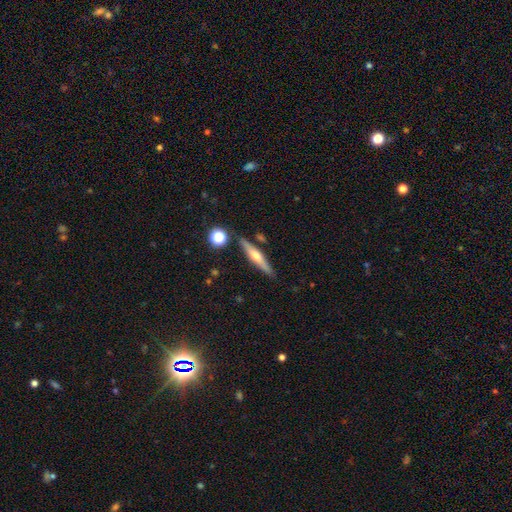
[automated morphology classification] This is possibly a featured or disk galaxy (57%). It is clearly viewed edge-on (95%). Edge-on bulge: clearly rounded (88%). Merging: clearly none (84%).